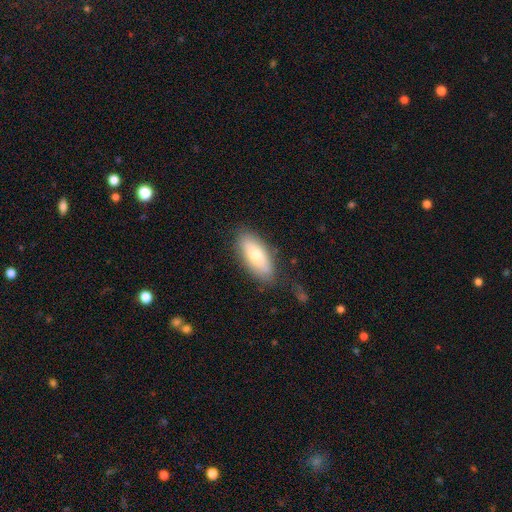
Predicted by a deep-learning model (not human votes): smooth-or-featured: smooth: 71% | featured or disk: 23% | star or artifact: 6%
  how-rounded: in between: 83% | cigar-shaped: 15% | round: 2%
  merging: none: 77% | minor disturbance: 17% | major disturbance: 5% | merger: 2%